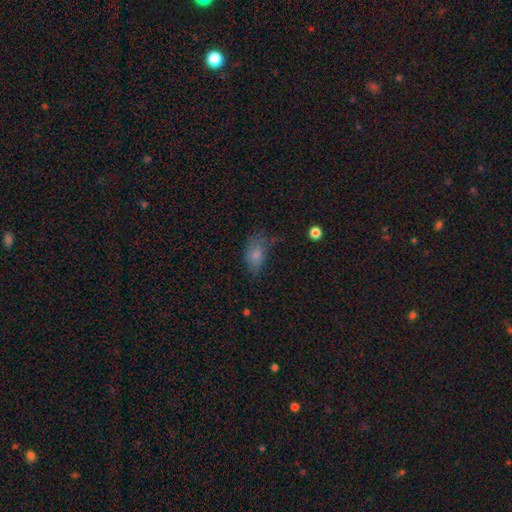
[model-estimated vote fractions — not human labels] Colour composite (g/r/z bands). It shows a smooth galaxy with no disk features (74%) that is in between round and cigar-shaped (89%). Merging: none (41%).